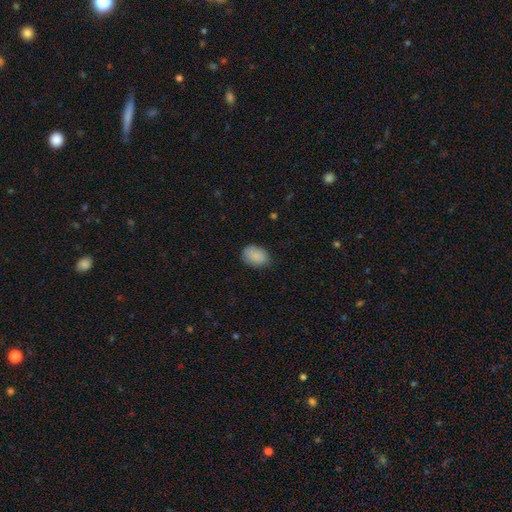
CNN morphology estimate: type=smooth (88%); roundness=in between (77%); merging=none (78%).